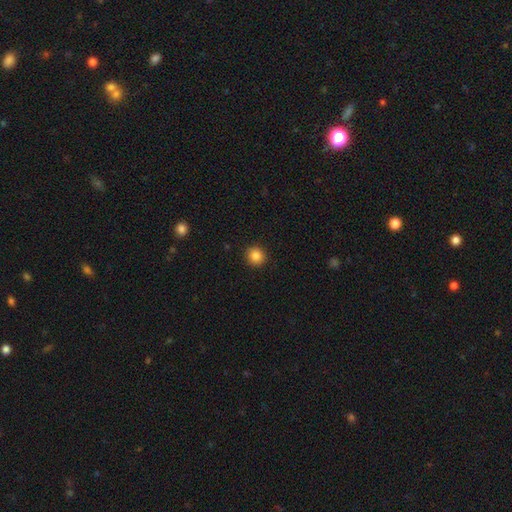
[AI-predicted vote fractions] Q: Smooth or featured?
A: smooth (86%); runner-up: star or artifact (10%)
Q: How rounded?
A: round (92%); runner-up: in between (7%)
Q: Merging?
A: none (92%); runner-up: minor disturbance (5%)